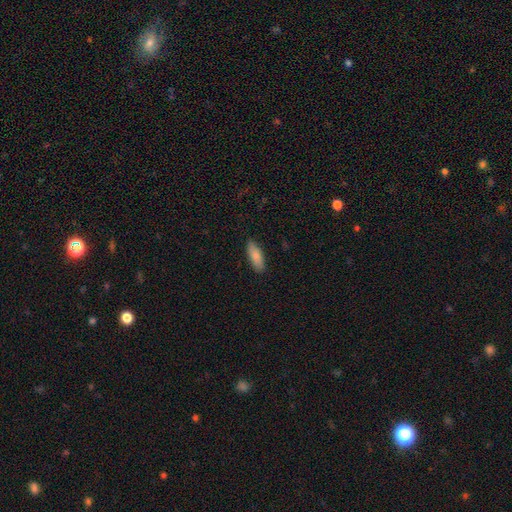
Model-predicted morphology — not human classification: type=smooth (85%); roundness=in between (66%); merging=none (89%).